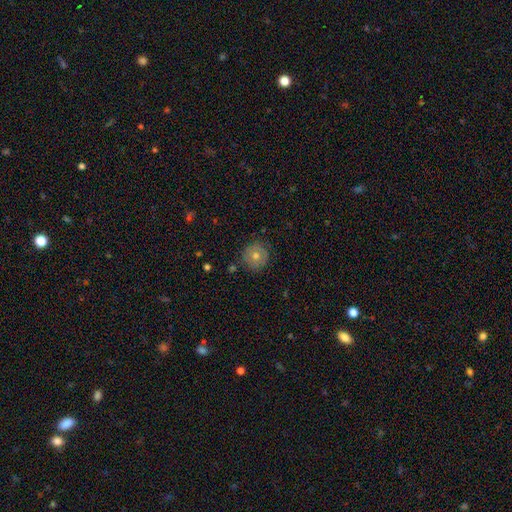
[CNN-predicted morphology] A smooth galaxy with no disk features (59%) that is round (95%).

Vote fractions:
- Smooth or featured? smooth: 59% / featured or disk: 29% / star or artifact: 12%
- How rounded? round: 95% / in between: 4% / cigar-shaped: 1%
- Merging? none: 86% / minor disturbance: 10% / major disturbance: 2% / merger: 1%